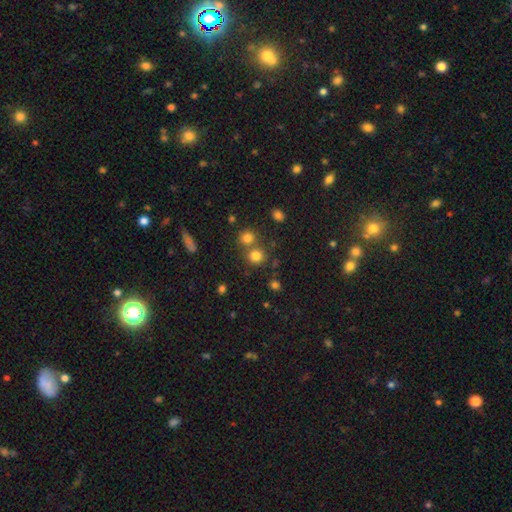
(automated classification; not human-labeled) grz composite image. It shows a smooth galaxy with no disk features (77%) that is round (85%). Merging: none (63%).